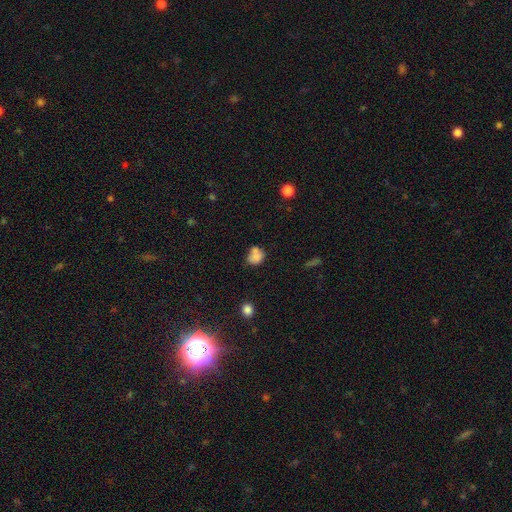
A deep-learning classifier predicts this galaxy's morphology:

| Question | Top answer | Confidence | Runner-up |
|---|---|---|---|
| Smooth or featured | smooth | 77% | featured or disk (12%) |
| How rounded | round | 58% | in between (40%) |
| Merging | none | 43% | merger (31%) |